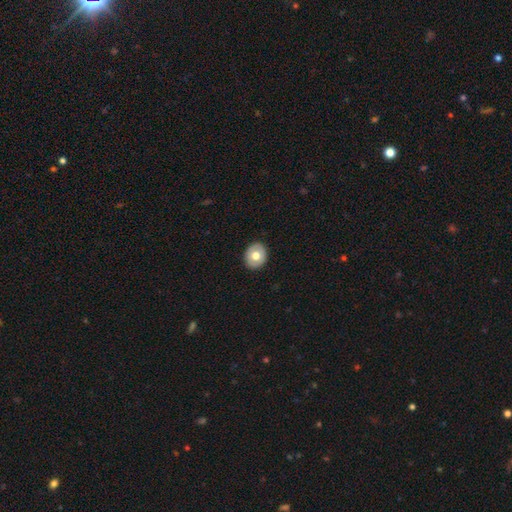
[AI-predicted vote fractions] A smooth galaxy with no disk features (64%) that is round (62%).

Vote fractions:
- Smooth or featured? smooth: 64% / featured or disk: 29% / star or artifact: 7%
- How rounded? round: 62% / in between: 37% / cigar-shaped: 1%
- Merging? none: 89% / minor disturbance: 8% / major disturbance: 2% / merger: 1%